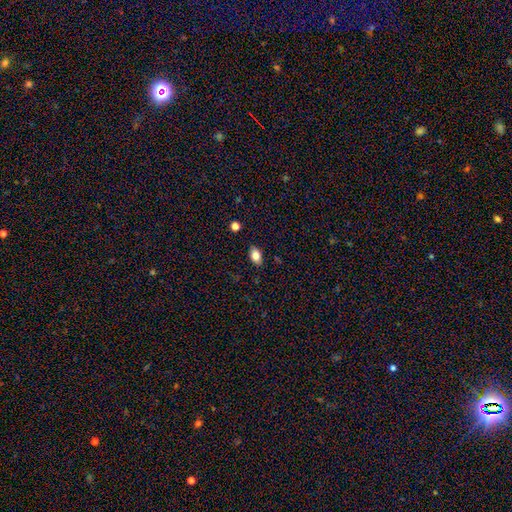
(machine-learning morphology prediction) The model was most divided on "smooth or featured": smooth: 80%, featured or disk: 11%, star or artifact: 9%. More confident: how rounded — in between (88%); merging — none (85%).